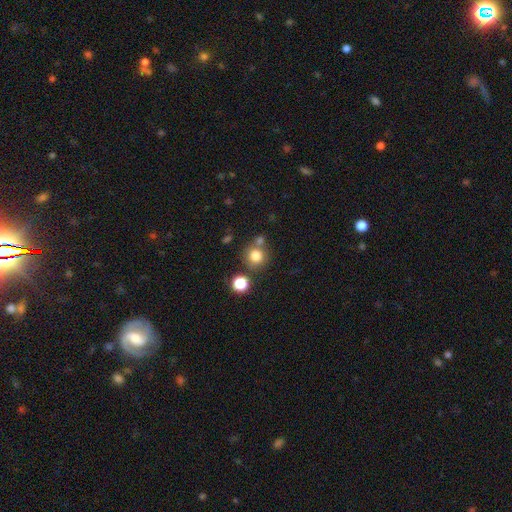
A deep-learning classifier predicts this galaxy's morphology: type=smooth (79%); roundness=round (91%); merging=none (68%).